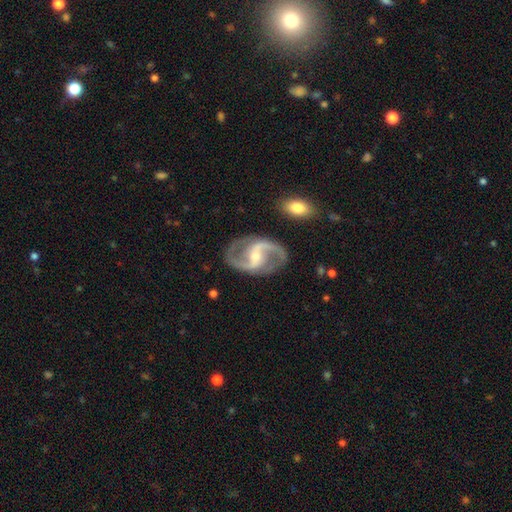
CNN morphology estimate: Smooth or featured: featured or disk — 93% (star or artifact — 4%)
Edge-on disk: no — 98% (yes — 2%)
Bar: weak — 42% (strong — 34%)
Spiral arms: yes — 98% (no — 2%)
Spiral winding: medium — 56% (loose — 33%)
Spiral arm count: 2 — 94% (can't tell — 1%)
Bulge size: small — 57% (moderate — 39%)
Merging: none — 84% (minor disturbance — 10%)